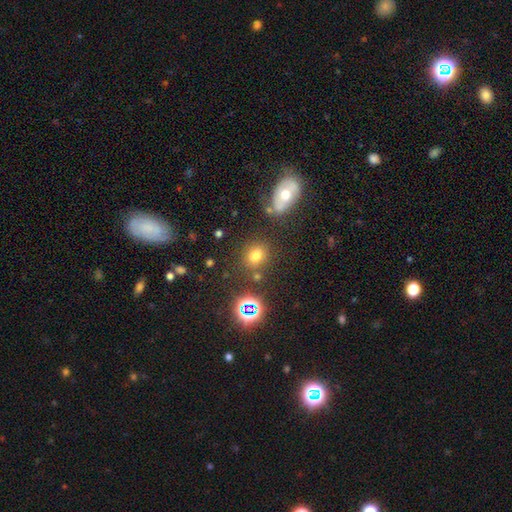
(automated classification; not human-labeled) smooth_or_featured: smooth (p=0.70) [alt: star or artifact p=0.21]
how_rounded: round (p=0.64) [alt: in between p=0.35]
merging: none (p=0.75) [alt: minor disturbance p=0.12]